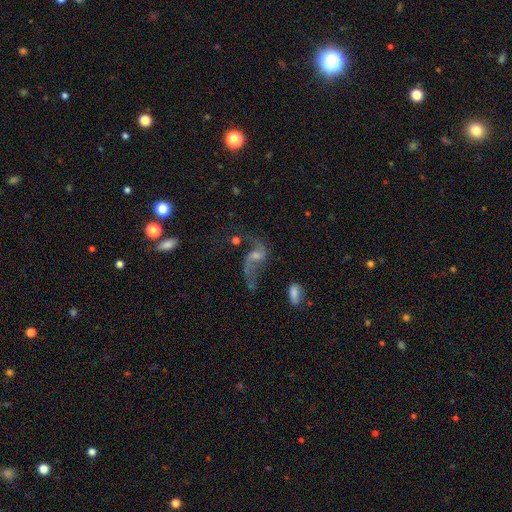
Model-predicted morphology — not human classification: Overall: featured or disk (80%). Edge-on disk: no (96%). Bar: no (49%; weak 40%). Spiral arms: yes (91%). Spiral arm count: 2 (87%). Spiral winding: loose (85%). Bulge size: small (47%; moderate 33%). Merging: none (52%; major disturbance 22%).